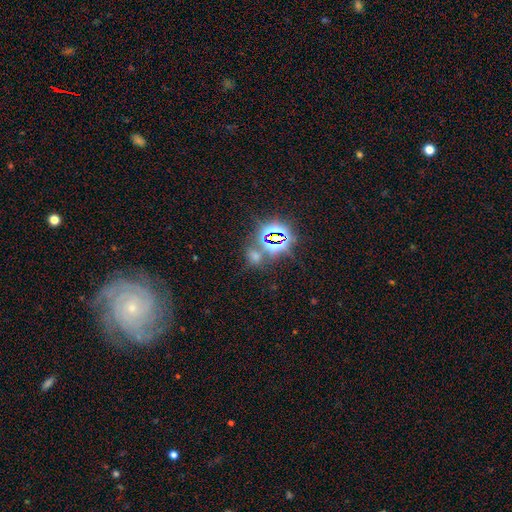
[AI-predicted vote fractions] star or artifact 72%, smooth 19%, featured or disk 9%.